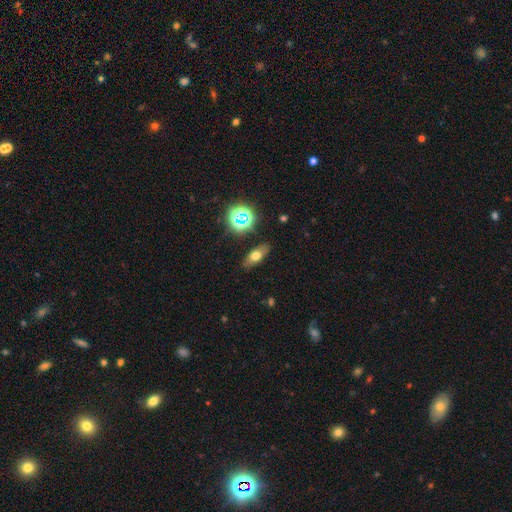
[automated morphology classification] This is likely a smooth galaxy (60%). How rounded: likely in between (68%). Merging: clearly none (85%).